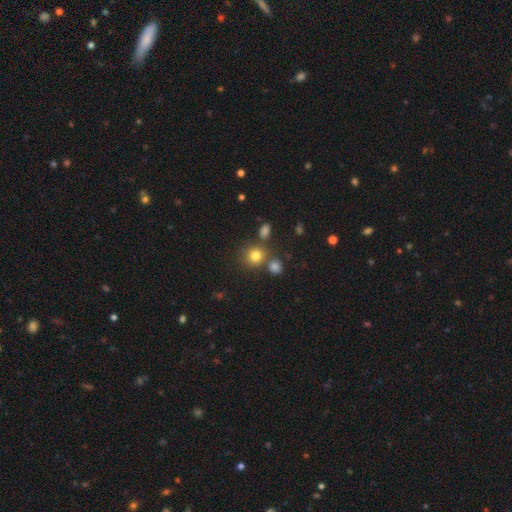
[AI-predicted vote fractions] Overall: smooth (78%). How rounded: round (86%). Merging: none (71%).